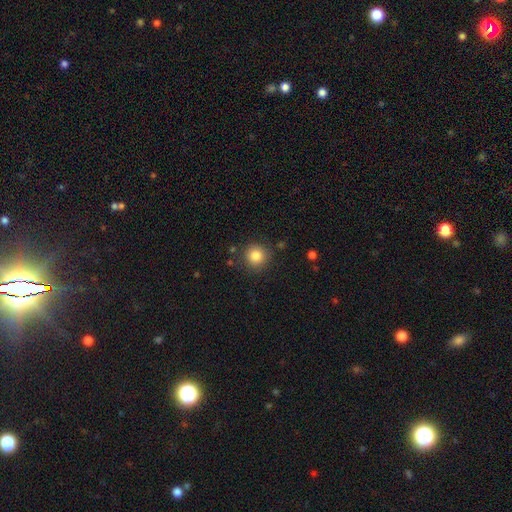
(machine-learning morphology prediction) Smooth or featured?
  - smooth: 84% *
  - star or artifact: 10%
  - featured or disk: 6%
How rounded?
  - round: 93% *
  - in between: 6%
  - cigar-shaped: 1%
Merging?
  - none: 86% *
  - minor disturbance: 9%
  - major disturbance: 3%
  - merger: 2%